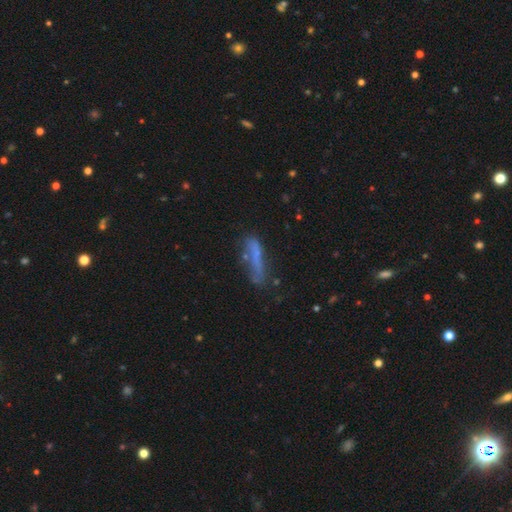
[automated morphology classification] Smooth or featured? smooth (55%)
How rounded? cigar-shaped (83%)
Merging? none (56%)